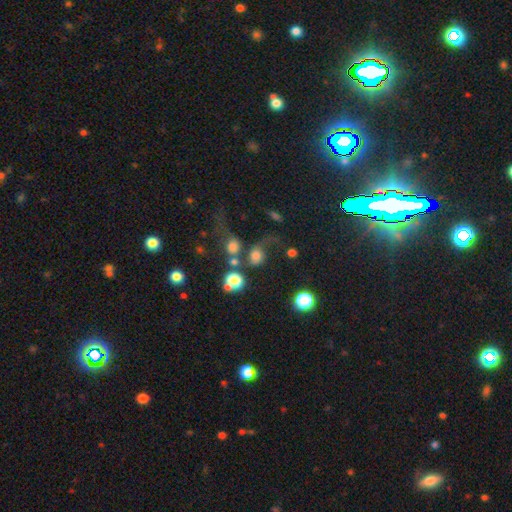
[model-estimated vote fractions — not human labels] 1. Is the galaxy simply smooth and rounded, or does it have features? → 64% smooth, 21% featured or disk, 15% star or artifact.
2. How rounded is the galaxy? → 69% round, 30% in between, 1% cigar-shaped.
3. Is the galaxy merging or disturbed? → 36% major disturbance, 27% none, 23% merger, 14% minor disturbance.